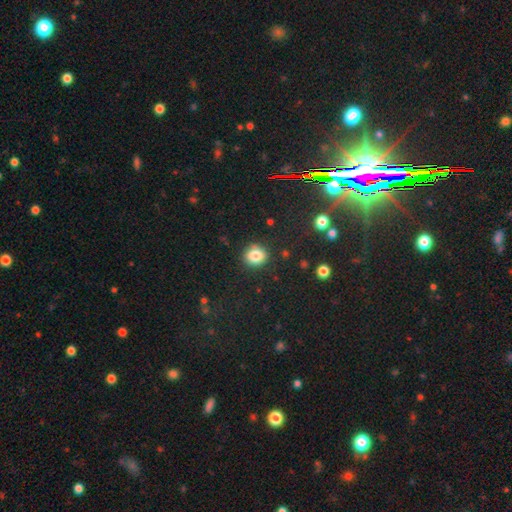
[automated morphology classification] smooth 82%, star or artifact 11%, featured or disk 6%. Down the decision tree: how rounded — round (80%); merging — none (85%).